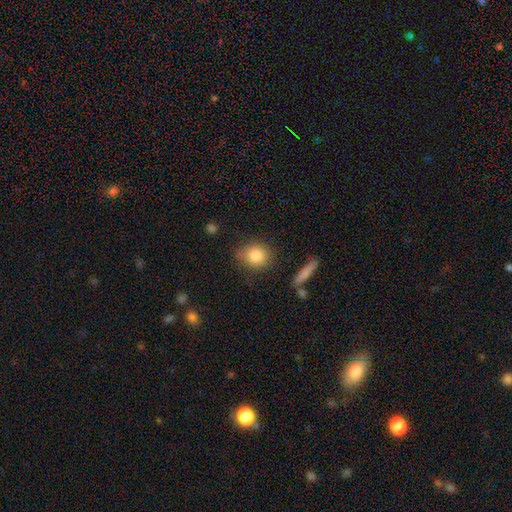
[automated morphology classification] A smooth galaxy with no disk features (84%) that is round (71%).

Vote fractions:
- Smooth or featured? smooth: 84% / star or artifact: 8% / featured or disk: 7%
- How rounded? round: 71% / in between: 27% / cigar-shaped: 2%
- Merging? none: 78% / minor disturbance: 15% / major disturbance: 4% / merger: 3%